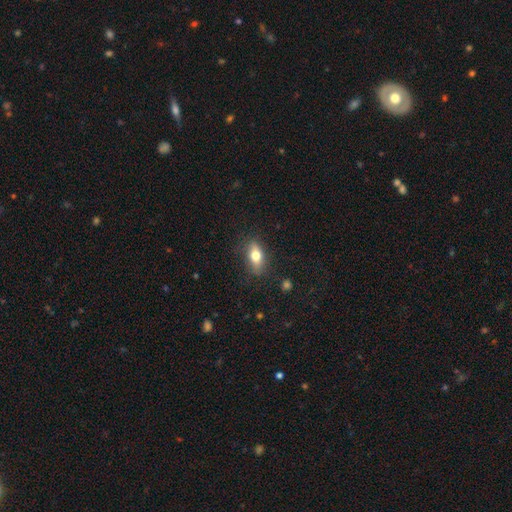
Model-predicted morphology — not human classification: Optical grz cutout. It shows a smooth galaxy with no disk features (69%) that is in between round and cigar-shaped (77%). Merging: none (80%).